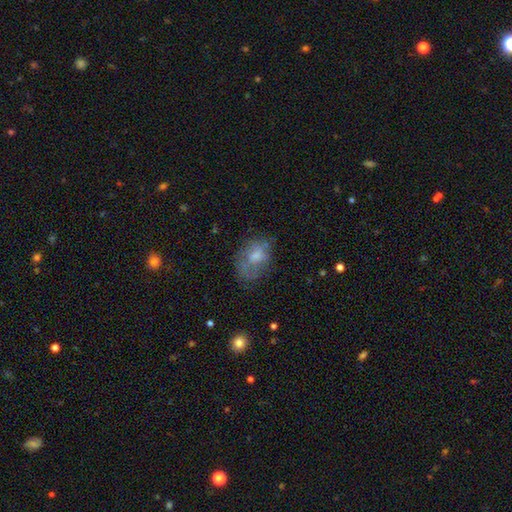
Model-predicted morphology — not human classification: Smooth or featured: smooth — 48% (featured or disk — 39%)
Merging: none — 53% (minor disturbance — 27%)